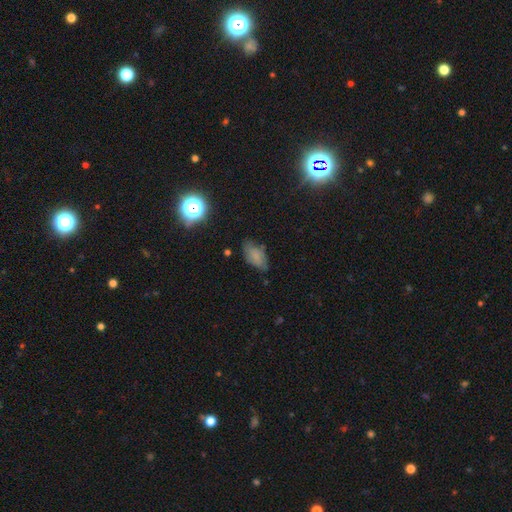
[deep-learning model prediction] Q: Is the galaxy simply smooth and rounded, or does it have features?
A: smooth — 64%.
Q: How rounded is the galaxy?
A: in between — 91%.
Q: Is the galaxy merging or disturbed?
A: none — 62%.